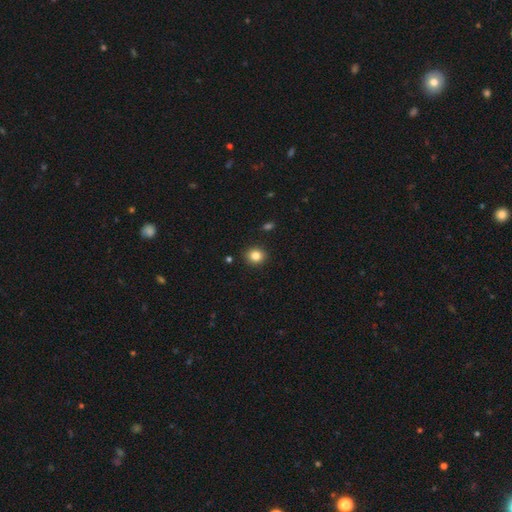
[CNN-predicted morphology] Smooth or featured? smooth (84%)
How rounded? round (80%)
Merging? none (91%)